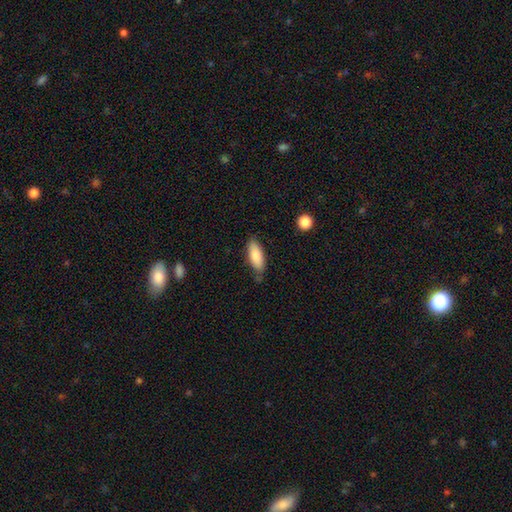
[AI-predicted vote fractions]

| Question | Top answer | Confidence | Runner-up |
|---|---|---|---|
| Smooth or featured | smooth | 85% | featured or disk (9%) |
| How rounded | in between | 73% | cigar-shaped (26%) |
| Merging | none | 75% | minor disturbance (18%) |